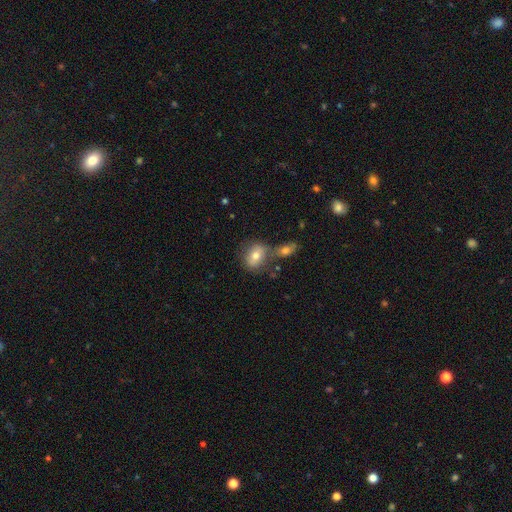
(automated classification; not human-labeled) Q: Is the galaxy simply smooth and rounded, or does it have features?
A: smooth — 72%.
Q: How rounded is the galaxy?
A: in between — 55%.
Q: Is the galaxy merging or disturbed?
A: none — 49%.